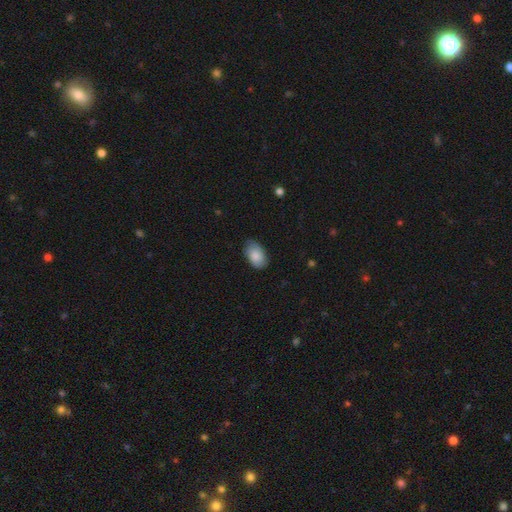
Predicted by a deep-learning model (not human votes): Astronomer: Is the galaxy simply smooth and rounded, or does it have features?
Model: smooth — 80%.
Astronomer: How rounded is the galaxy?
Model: in between — 92%.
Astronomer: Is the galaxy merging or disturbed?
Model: none — 76%.